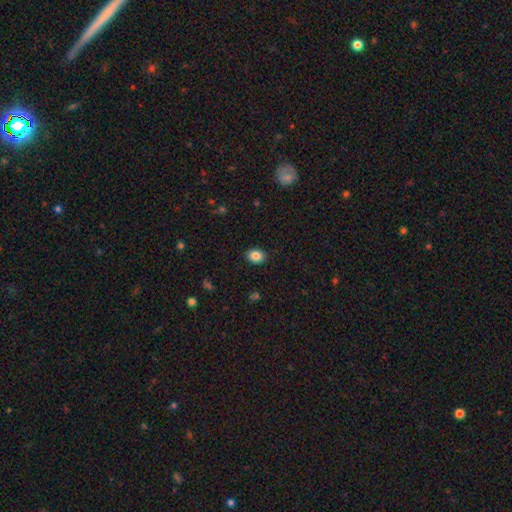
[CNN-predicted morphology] Smooth or featured? smooth (86%)
How rounded? in between (60%)
Merging? none (88%)